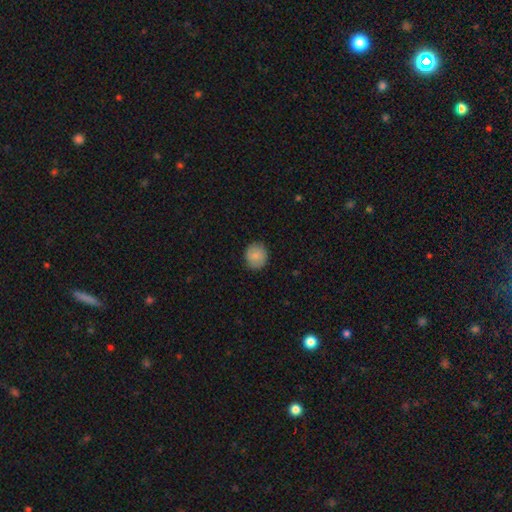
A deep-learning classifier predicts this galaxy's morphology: The model was most divided on "smooth or featured": smooth: 84%, featured or disk: 9%, star or artifact: 8%. More confident: merging — none (88%); how rounded — round (88%).